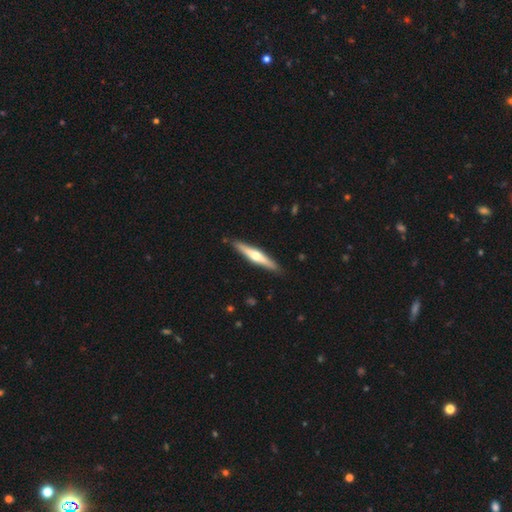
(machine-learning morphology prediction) Smooth or featured: featured or disk — 62% (smooth — 33%)
Edge-on disk: yes — 96% (no — 4%)
Edge-on bulge: rounded — 91% (none — 6%)
Merging: none — 89% (minor disturbance — 8%)